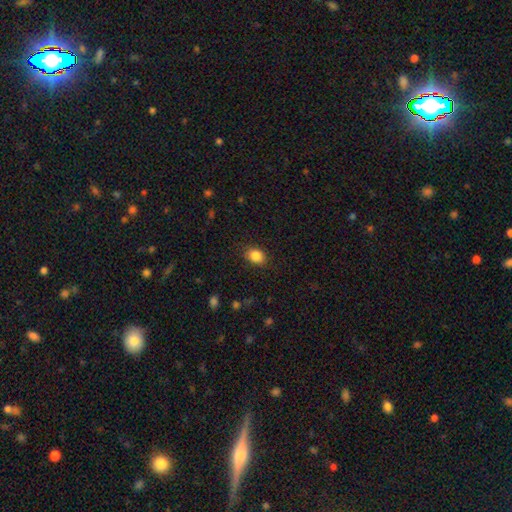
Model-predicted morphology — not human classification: Q: Smooth or featured?
A: smooth (85%); runner-up: star or artifact (9%)
Q: How rounded?
A: in between (61%); runner-up: round (38%)
Q: Merging?
A: none (84%); runner-up: minor disturbance (12%)